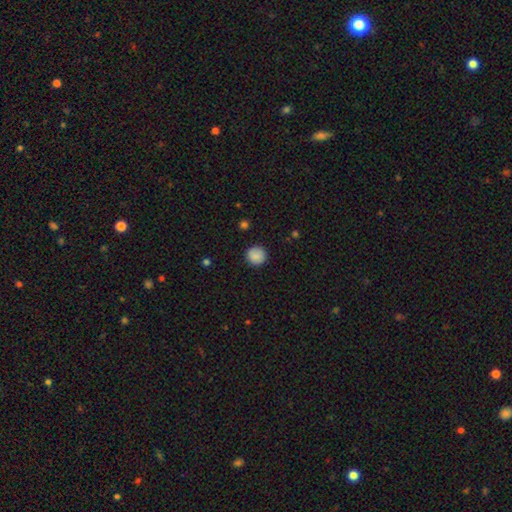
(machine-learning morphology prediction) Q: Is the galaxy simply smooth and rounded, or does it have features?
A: smooth — 86%.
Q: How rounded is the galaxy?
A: round — 95%.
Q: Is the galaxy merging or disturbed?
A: none — 89%.